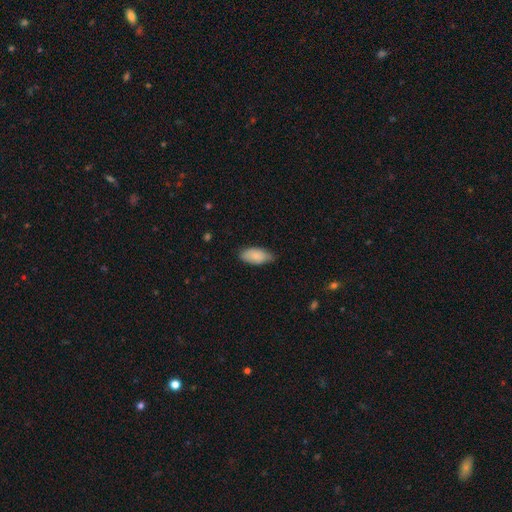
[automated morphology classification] Smooth or featured?
  - smooth: 83% *
  - featured or disk: 11%
  - star or artifact: 6%
How rounded?
  - in between: 92% *
  - cigar-shaped: 5%
  - round: 2%
Merging?
  - none: 68% *
  - minor disturbance: 27%
  - major disturbance: 3%
  - merger: 1%